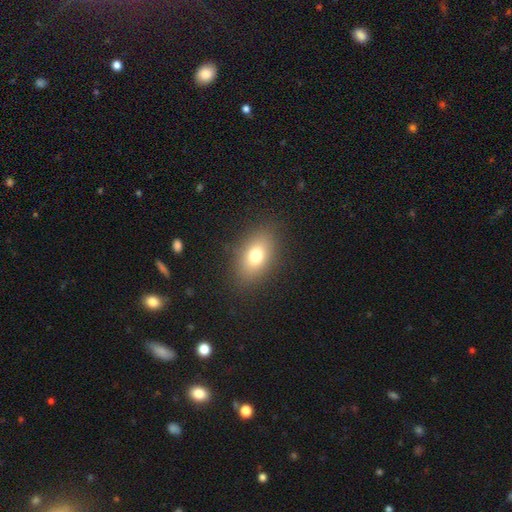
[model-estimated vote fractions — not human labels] A smooth galaxy with no disk features (74%) that is in between round and cigar-shaped (82%).

Vote fractions:
- Smooth or featured? smooth: 74% / featured or disk: 14% / star or artifact: 12%
- How rounded? in between: 82% / round: 15% / cigar-shaped: 2%
- Merging? none: 85% / minor disturbance: 9% / major disturbance: 4% / merger: 1%